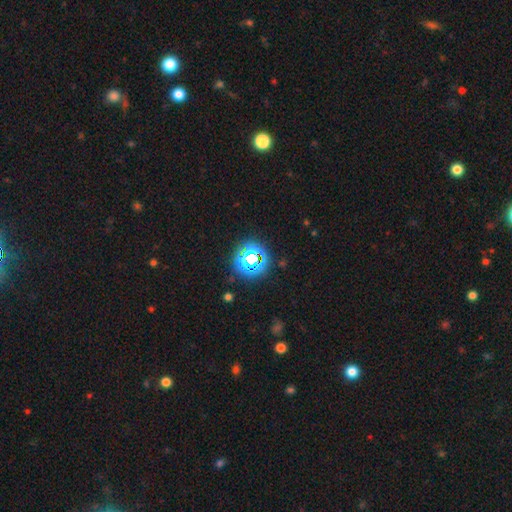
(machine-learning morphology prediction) Smooth or featured: star or artifact — 68% (smooth — 21%)